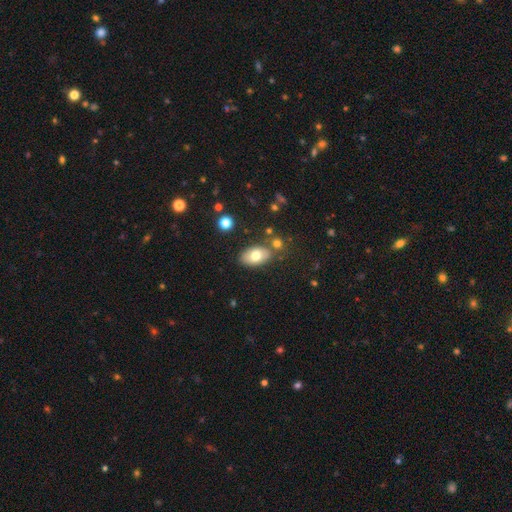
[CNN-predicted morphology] Smooth or featured?
  - smooth: 73% *
  - featured or disk: 19%
  - star or artifact: 8%
How rounded?
  - in between: 91% *
  - round: 7%
  - cigar-shaped: 2%
Merging?
  - none: 74% *
  - minor disturbance: 13%
  - merger: 10%
  - major disturbance: 3%